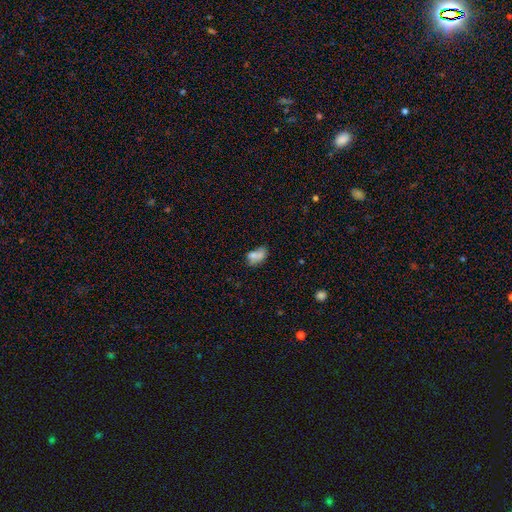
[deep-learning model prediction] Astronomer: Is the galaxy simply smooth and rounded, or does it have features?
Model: smooth — 71%.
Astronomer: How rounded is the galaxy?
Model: in between — 84%.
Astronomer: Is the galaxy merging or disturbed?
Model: none — 38% (runner-up: merger, 27%).